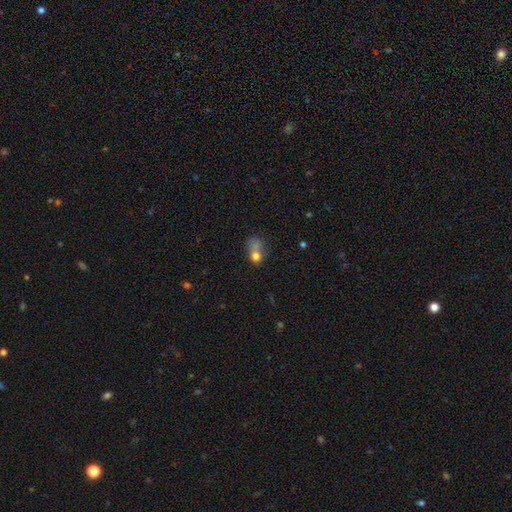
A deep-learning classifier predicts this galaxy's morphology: The model was most divided on "how rounded": round: 50%, in between: 48%, cigar-shaped: 2%. More confident: smooth or featured — smooth (69%); merging — merger (51%).